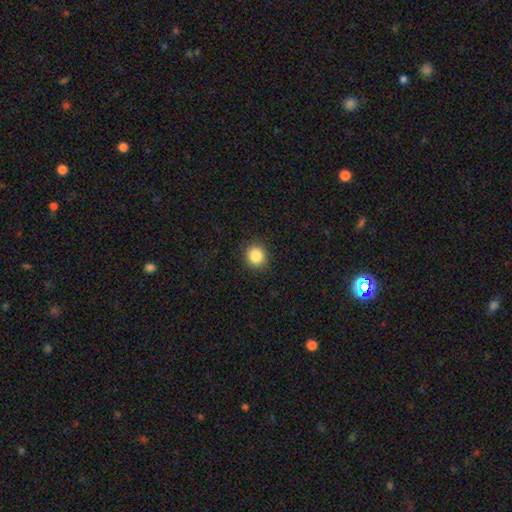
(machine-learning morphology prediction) This appears to be a smooth galaxy with no disk features (86%) that is round (89%). Merging: none (91%).